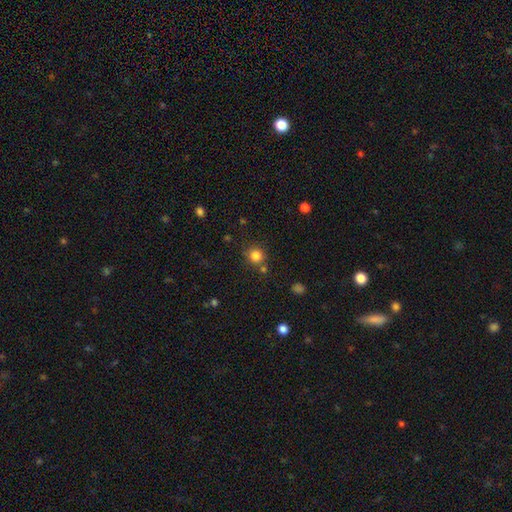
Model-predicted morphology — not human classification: Smooth or featured: smooth — 82% (star or artifact — 13%)
How rounded: round — 90% (in between — 9%)
Merging: none — 75% (minor disturbance — 11%)